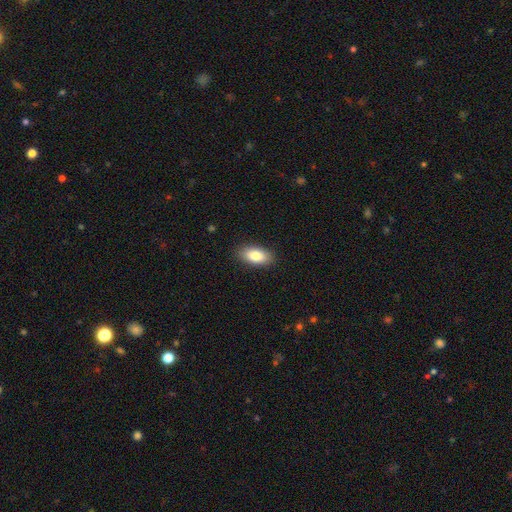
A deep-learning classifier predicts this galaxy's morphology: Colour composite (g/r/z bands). It shows a smooth galaxy with no disk features (83%) that is in between round and cigar-shaped (91%). Merging: none (88%).